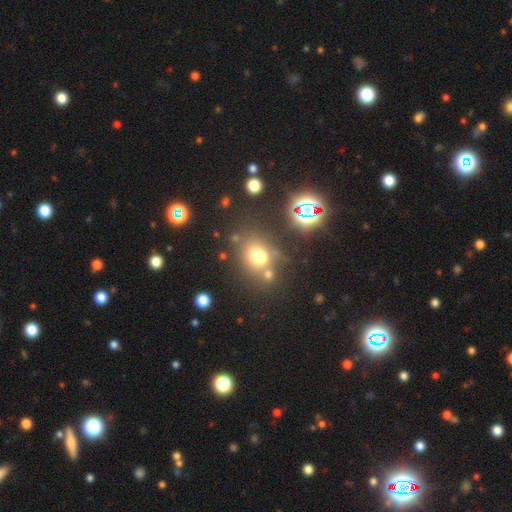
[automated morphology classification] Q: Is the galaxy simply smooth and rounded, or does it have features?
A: smooth — 61%.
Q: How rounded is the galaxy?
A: round — 55%.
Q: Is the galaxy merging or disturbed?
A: none — 54%.